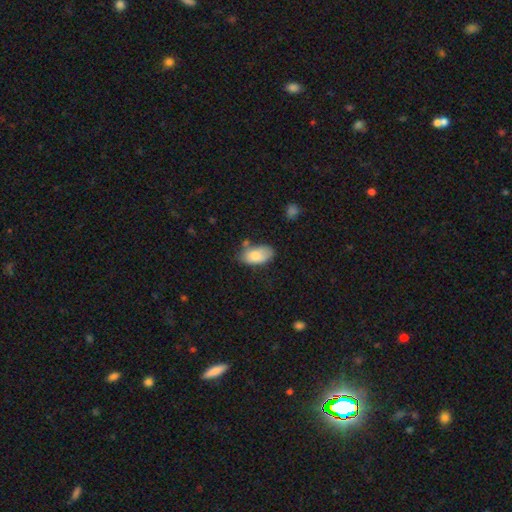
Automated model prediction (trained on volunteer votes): Q: Smooth or featured?
A: smooth (81%); runner-up: featured or disk (12%)
Q: How rounded?
A: in between (94%); runner-up: round (4%)
Q: Merging?
A: none (54%); runner-up: minor disturbance (31%)